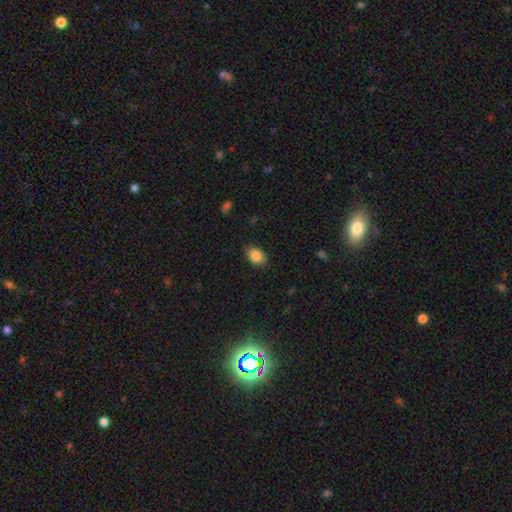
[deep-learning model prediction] Smooth or featured?
  - smooth: 87% *
  - star or artifact: 8%
  - featured or disk: 5%
How rounded?
  - in between: 82% *
  - round: 16%
  - cigar-shaped: 1%
Merging?
  - none: 86% *
  - minor disturbance: 11%
  - major disturbance: 3%
  - merger: 1%